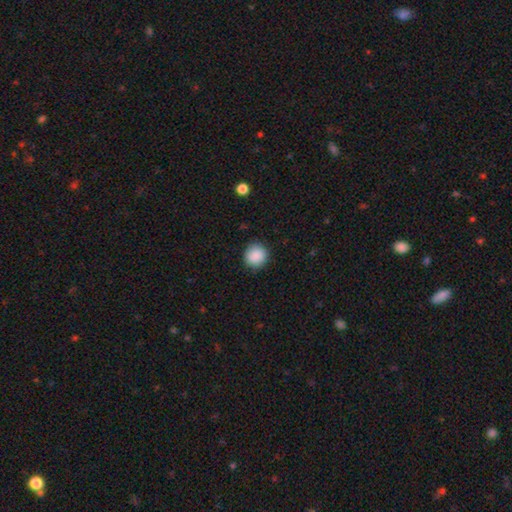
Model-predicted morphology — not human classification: A smooth galaxy with no disk features (89%) that is round (91%). Merging: none (89%).